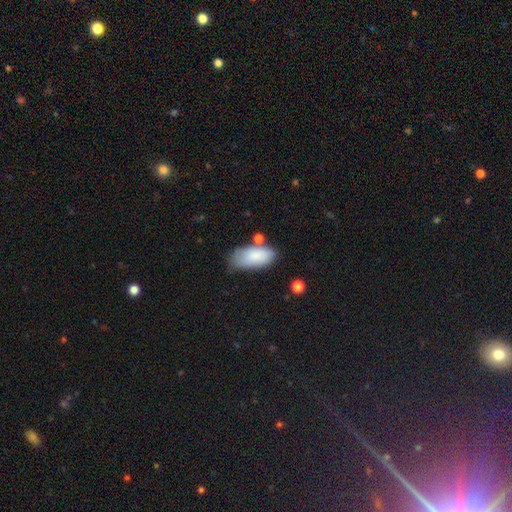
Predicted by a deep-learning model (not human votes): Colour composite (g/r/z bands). It shows a smooth galaxy with no disk features (83%) that is in between round and cigar-shaped (92%). Merging: none (60%).